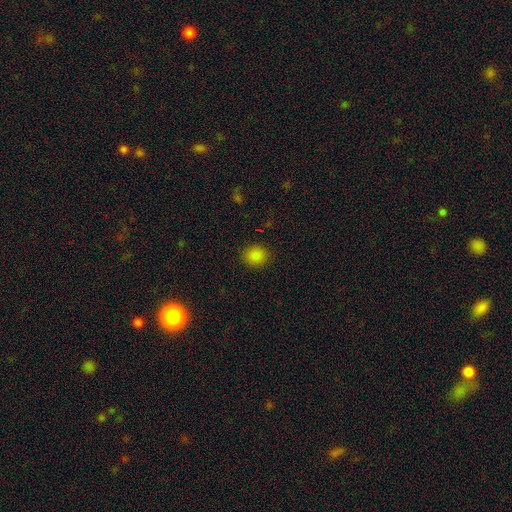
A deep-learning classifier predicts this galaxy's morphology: A smooth galaxy with no disk features (84%) that is round (73%). Merging: none (89%).